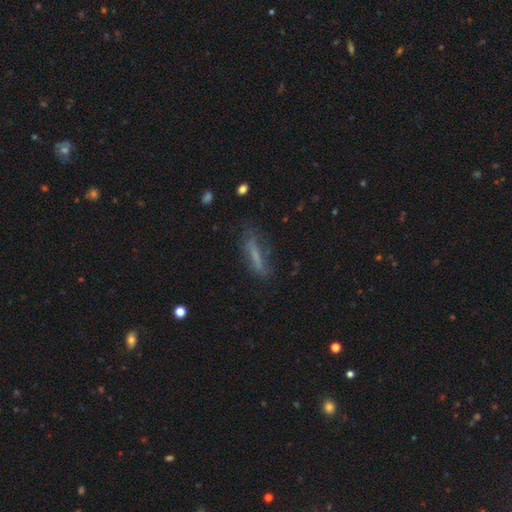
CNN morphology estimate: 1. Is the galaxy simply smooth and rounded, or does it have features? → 55% smooth, 33% featured or disk, 12% star or artifact.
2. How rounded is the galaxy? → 80% cigar-shaped, 18% in between, 2% round.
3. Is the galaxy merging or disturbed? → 65% none, 22% minor disturbance, 10% major disturbance, 2% merger.